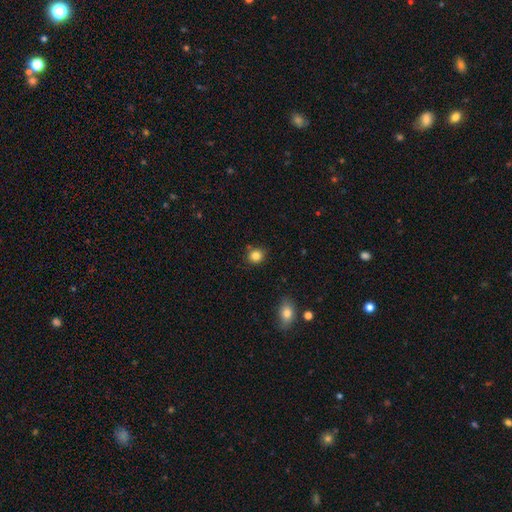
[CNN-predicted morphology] smooth-or-featured: smooth: 84% | star or artifact: 11% | featured or disk: 5%
  how-rounded: round: 78% | in between: 21% | cigar-shaped: 1%
  merging: none: 79% | minor disturbance: 15% | merger: 3% | major disturbance: 3%